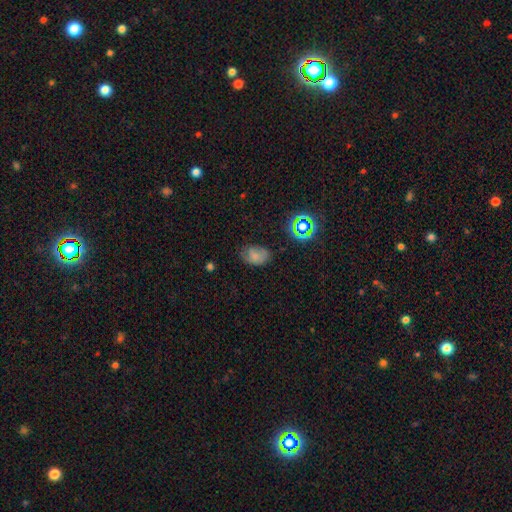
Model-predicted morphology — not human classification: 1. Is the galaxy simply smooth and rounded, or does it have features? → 63% smooth, 20% featured or disk, 17% star or artifact.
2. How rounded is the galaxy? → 79% in between, 19% round, 1% cigar-shaped.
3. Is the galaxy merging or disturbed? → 60% none, 28% minor disturbance, 10% major disturbance, 2% merger.